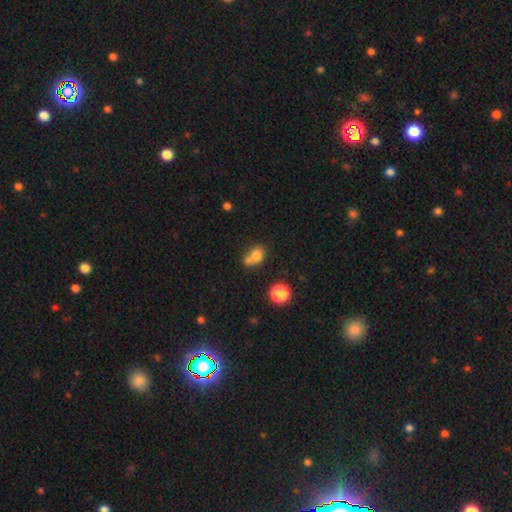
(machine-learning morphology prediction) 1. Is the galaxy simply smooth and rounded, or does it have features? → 76% smooth, 12% star or artifact, 11% featured or disk.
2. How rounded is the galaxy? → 53% round, 45% in between, 1% cigar-shaped.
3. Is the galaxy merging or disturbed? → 48% merger, 35% none, 12% minor disturbance, 5% major disturbance.